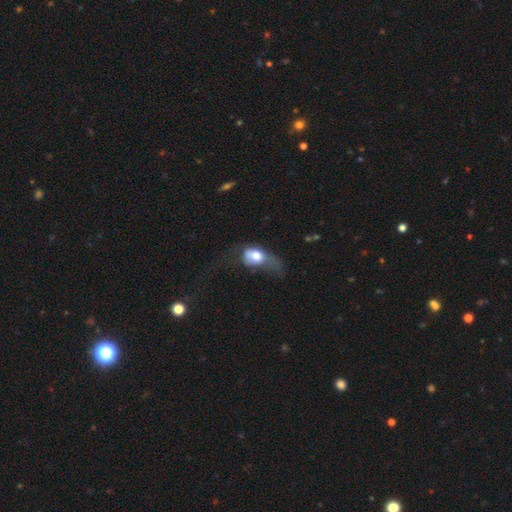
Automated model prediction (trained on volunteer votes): Smooth or featured: smooth — 69% (featured or disk — 22%)
How rounded: in between — 71% (round — 26%)
Merging: major disturbance — 57% (minor disturbance — 23%)